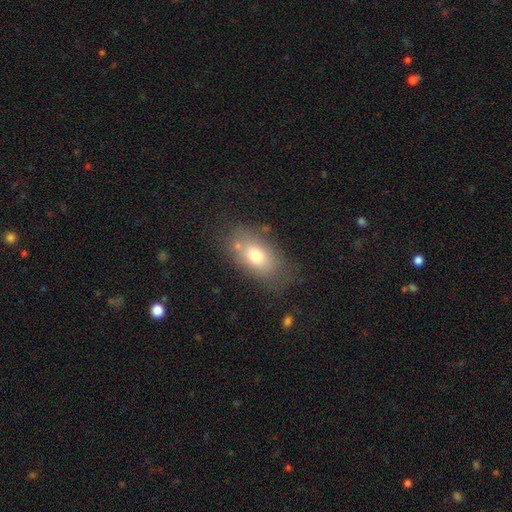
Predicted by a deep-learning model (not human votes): A smooth galaxy with no disk features (72%) that is in between round and cigar-shaped (88%).

Vote fractions:
- Smooth or featured? smooth: 72% / featured or disk: 18% / star or artifact: 10%
- How rounded? in between: 88% / round: 9% / cigar-shaped: 3%
- Merging? none: 69% / minor disturbance: 18% / merger: 7% / major disturbance: 6%